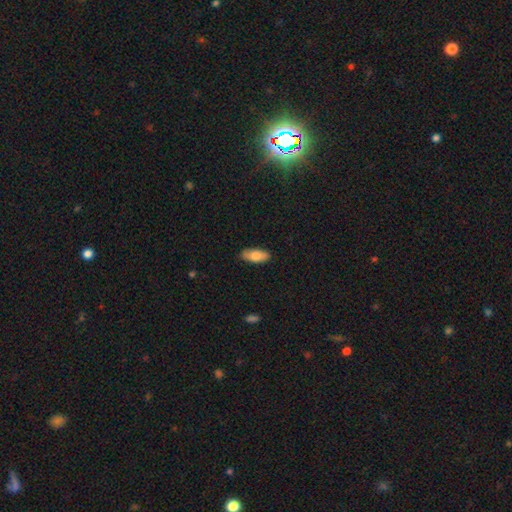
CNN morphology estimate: Q: Smooth or featured?
A: smooth (78%); runner-up: featured or disk (16%)
Q: How rounded?
A: in between (84%); runner-up: cigar-shaped (14%)
Q: Merging?
A: none (86%); runner-up: minor disturbance (11%)